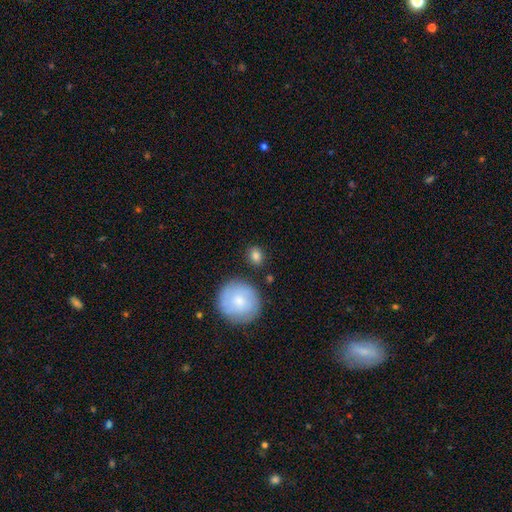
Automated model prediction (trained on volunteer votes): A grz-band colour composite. It shows a smooth galaxy with no disk features (83%) that is round (56%). Merging: none (79%).